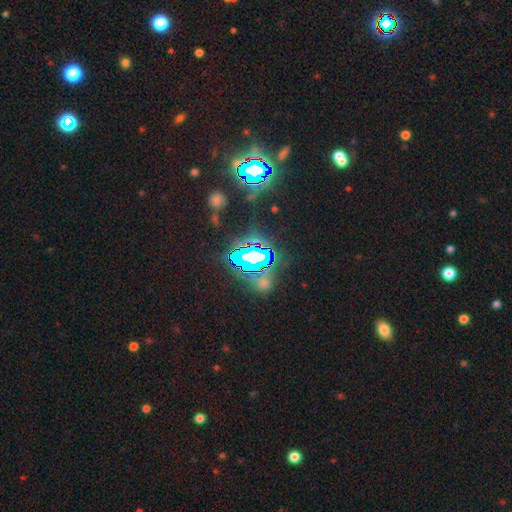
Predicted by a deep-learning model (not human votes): star or artifact 74%, smooth 15%, featured or disk 11%.